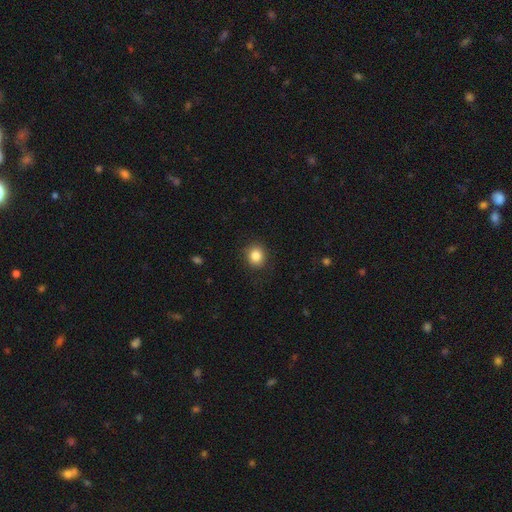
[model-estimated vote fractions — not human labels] This is clearly a smooth galaxy (85%). How rounded: likely round (80%). Merging: clearly none (87%).